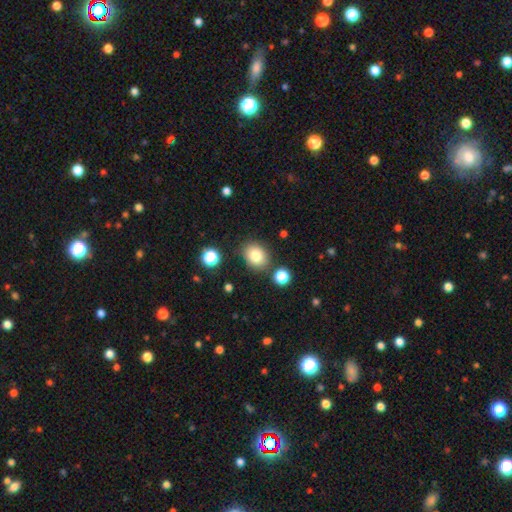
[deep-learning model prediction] Morphology: type=smooth (80%); roundness=round (57%); merging=none (81%).